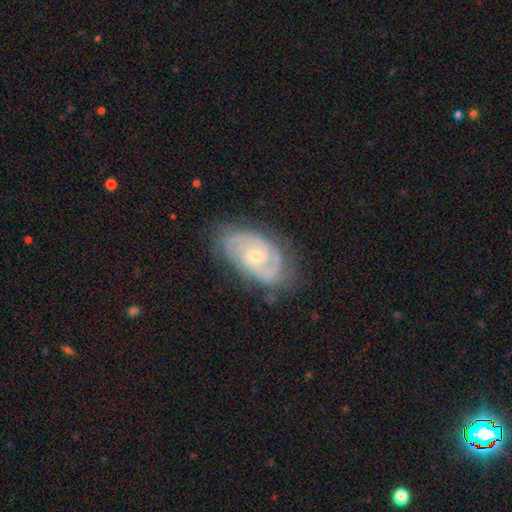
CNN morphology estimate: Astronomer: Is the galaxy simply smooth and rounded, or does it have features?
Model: featured or disk — 87%.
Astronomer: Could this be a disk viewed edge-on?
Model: no — 97%.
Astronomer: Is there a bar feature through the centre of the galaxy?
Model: no — 65%.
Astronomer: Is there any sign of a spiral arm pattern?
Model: yes — 97%.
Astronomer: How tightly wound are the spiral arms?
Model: tight — 62%.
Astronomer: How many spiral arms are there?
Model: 2 — 57%.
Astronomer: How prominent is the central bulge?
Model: small — 65%.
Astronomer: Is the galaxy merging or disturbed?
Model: none — 73%.